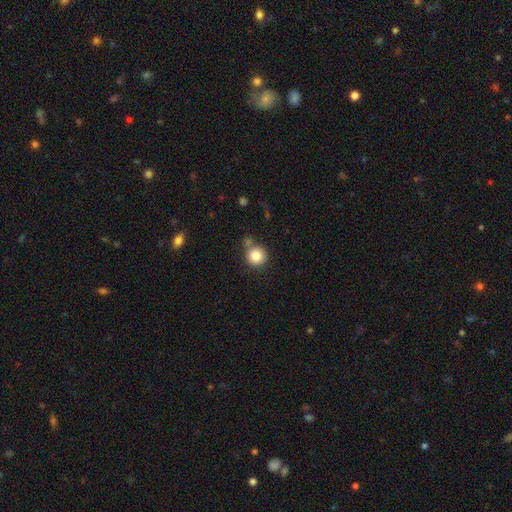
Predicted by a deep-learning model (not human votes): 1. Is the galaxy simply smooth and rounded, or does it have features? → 83% smooth, 10% star or artifact, 7% featured or disk.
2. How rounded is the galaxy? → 94% round, 6% in between, 1% cigar-shaped.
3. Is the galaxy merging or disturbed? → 72% none, 15% merger, 10% minor disturbance, 3% major disturbance.